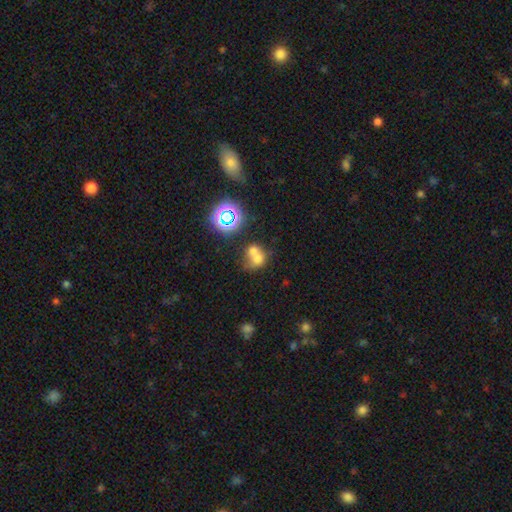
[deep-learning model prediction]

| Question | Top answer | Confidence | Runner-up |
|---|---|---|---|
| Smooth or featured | smooth | 61% | featured or disk (21%) |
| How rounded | round | 67% | in between (32%) |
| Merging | merger | 63% | none (25%) |